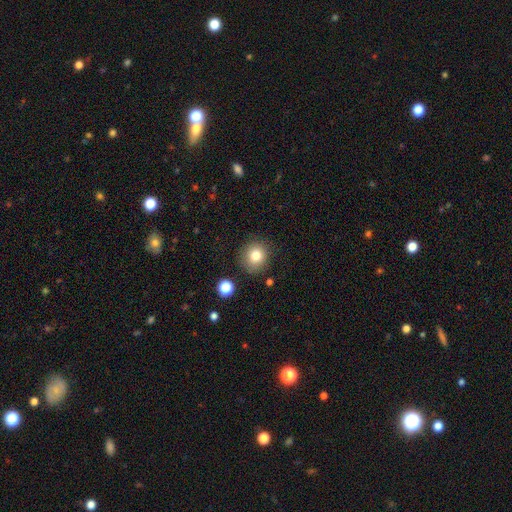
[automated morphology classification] smooth 81%, star or artifact 11%, featured or disk 8%. Down the decision tree: how rounded — round (88%); merging — none (86%).